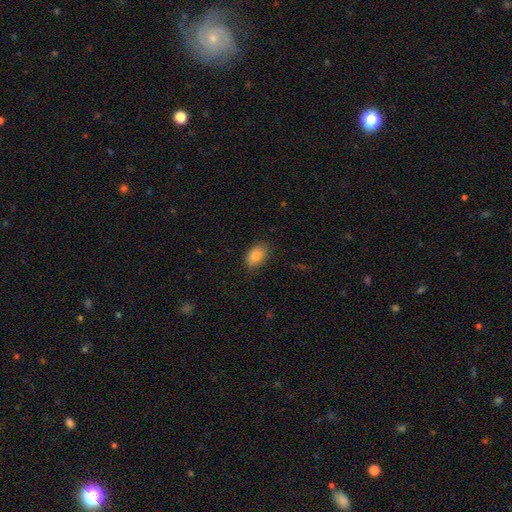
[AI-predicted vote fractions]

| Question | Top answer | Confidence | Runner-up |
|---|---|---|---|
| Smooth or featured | smooth | 85% | star or artifact (8%) |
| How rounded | in between | 89% | round (10%) |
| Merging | none | 83% | minor disturbance (13%) |